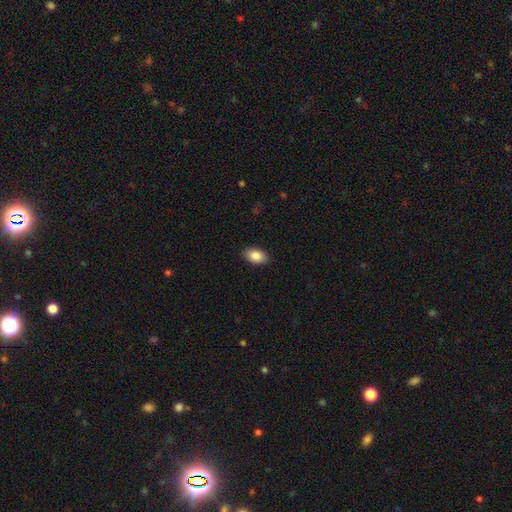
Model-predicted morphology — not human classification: Smooth or featured? smooth (86%)
How rounded? in between (92%)
Merging? none (89%)